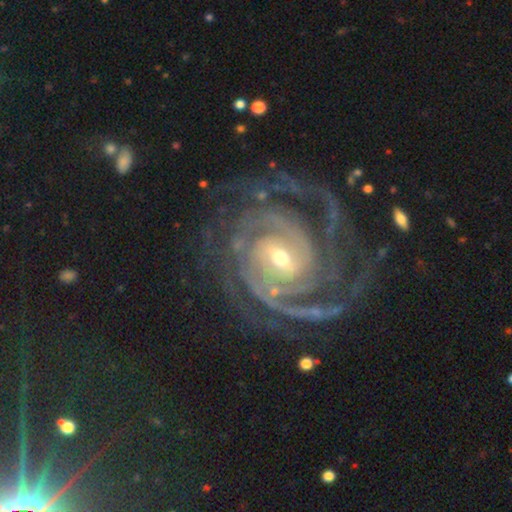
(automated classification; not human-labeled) Smooth or featured: featured or disk — 86% (star or artifact — 10%)
Edge-on disk: no — 97% (yes — 3%)
Bar: weak — 41% (no — 32%)
Spiral arms: yes — 98% (no — 2%)
Spiral winding: tight — 74% (medium — 22%)
Spiral arm count: 2 — 24% (3 — 22%)
Bulge size: small — 58% (moderate — 37%)
Merging: none — 73% (minor disturbance — 14%)